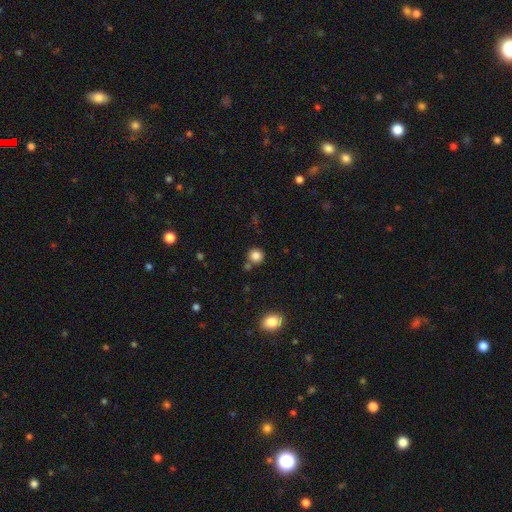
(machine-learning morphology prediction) Smooth or featured? Predicted: smooth (p=0.84). How rounded? Predicted: round (p=0.91). Merging? Predicted: none (p=0.78).